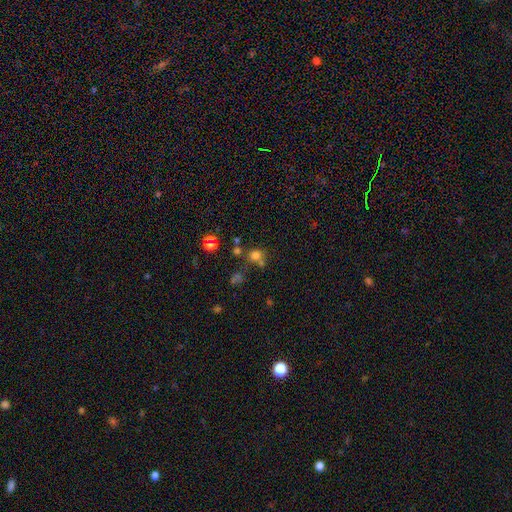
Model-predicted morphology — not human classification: smooth_or_featured: smooth (p=0.70) [alt: star or artifact p=0.22]
how_rounded: round (p=0.84) [alt: in between p=0.15]
merging: none (p=0.62) [alt: merger p=0.22]